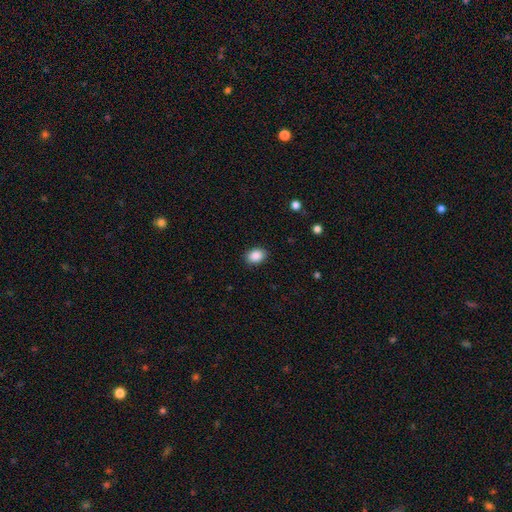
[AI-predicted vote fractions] This appears to be a smooth galaxy with no disk features (89%) that is in between round and cigar-shaped (71%). Merging: none (88%).